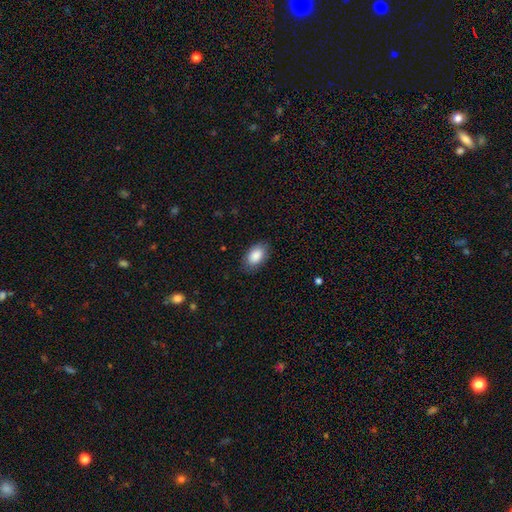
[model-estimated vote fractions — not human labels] Overall: smooth (88%). How rounded: in between (93%). Merging: none (83%).